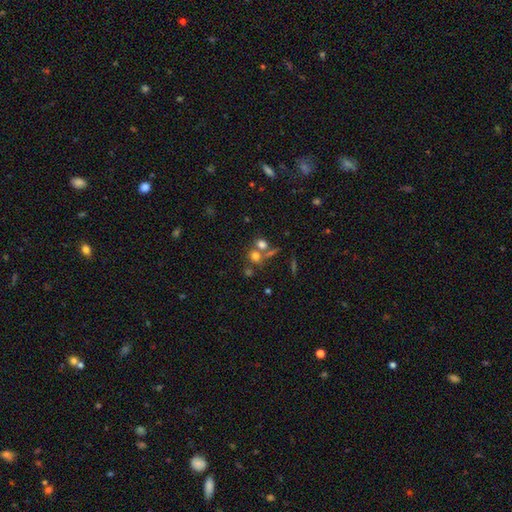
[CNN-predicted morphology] Smooth or featured: smooth — 68% (star or artifact — 17%)
How rounded: round — 75% (in between — 23%)
Merging: none — 46% (merger — 40%)